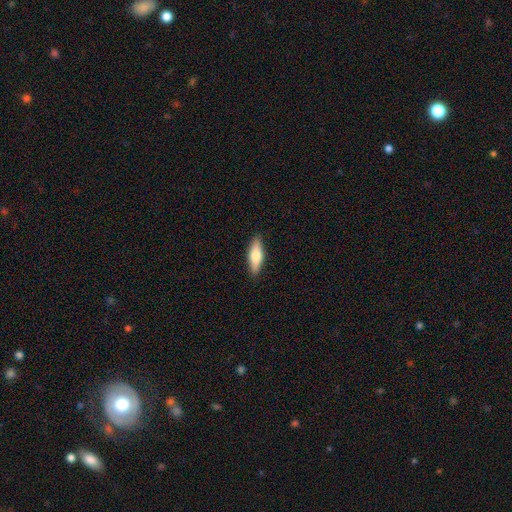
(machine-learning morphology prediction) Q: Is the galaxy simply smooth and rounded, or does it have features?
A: smooth — 73%.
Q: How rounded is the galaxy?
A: in between — 57%.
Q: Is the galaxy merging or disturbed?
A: none — 88%.